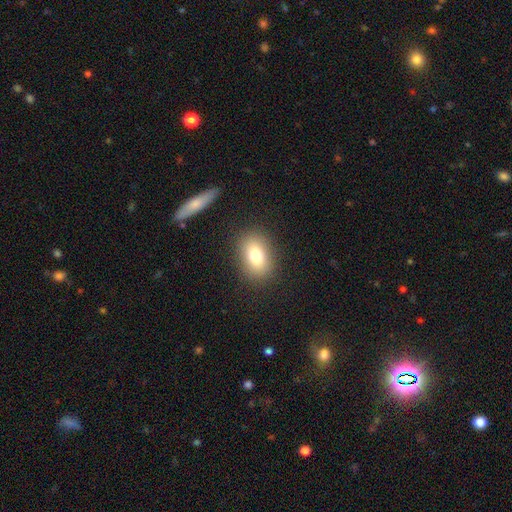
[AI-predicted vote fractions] Q: Smooth or featured?
A: smooth (78%); runner-up: featured or disk (12%)
Q: How rounded?
A: in between (76%); runner-up: round (22%)
Q: Merging?
A: none (86%); runner-up: minor disturbance (9%)